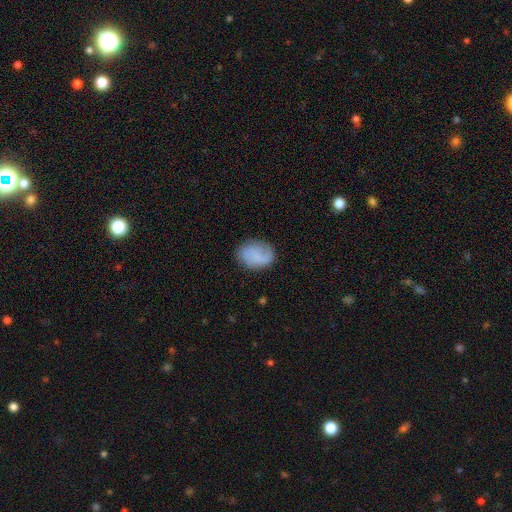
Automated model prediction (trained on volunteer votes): Smooth or featured? featured or disk (46%, tied with smooth)
Merging? none (75%)